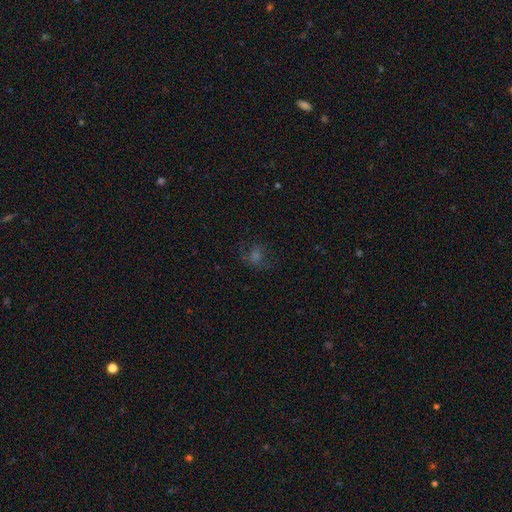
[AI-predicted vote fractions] smooth-or-featured: smooth: 41% | star or artifact: 35% | featured or disk: 23%
  merging: none: 65% | minor disturbance: 18% | major disturbance: 16% | merger: 2%